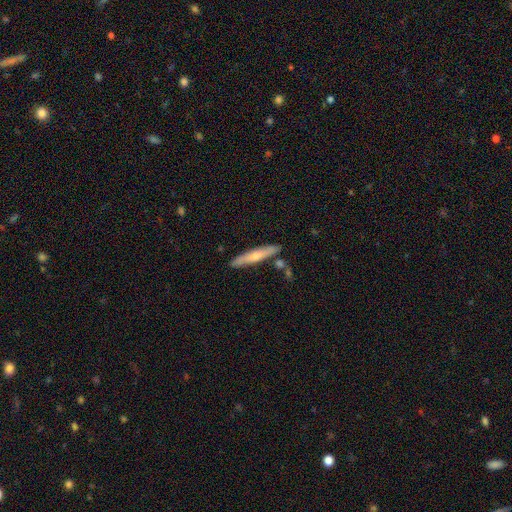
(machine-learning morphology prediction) Overall: smooth (53%; featured or disk 41%). How rounded: cigar-shaped (91%). Merging: none (83%).